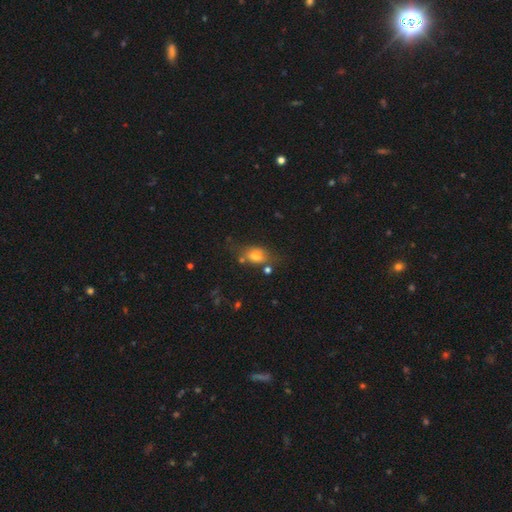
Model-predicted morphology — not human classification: smooth-or-featured: smooth: 73% | featured or disk: 16% | star or artifact: 11%
  how-rounded: in between: 75% | round: 22% | cigar-shaped: 3%
  merging: none: 60% | minor disturbance: 21% | merger: 11% | major disturbance: 8%